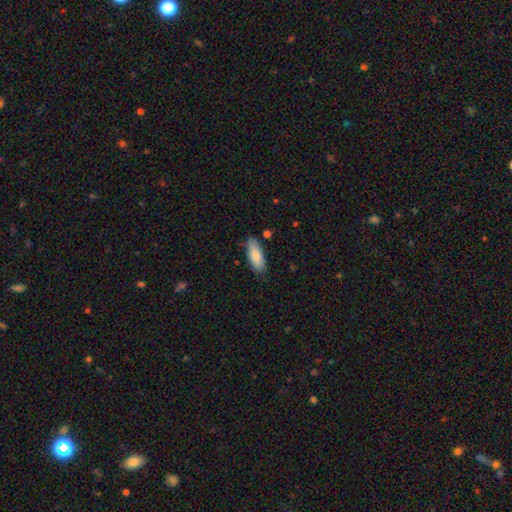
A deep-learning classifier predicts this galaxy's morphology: Smooth or featured: smooth — 84% (featured or disk — 10%)
How rounded: in between — 76% (cigar-shaped — 23%)
Merging: none — 79% (minor disturbance — 16%)